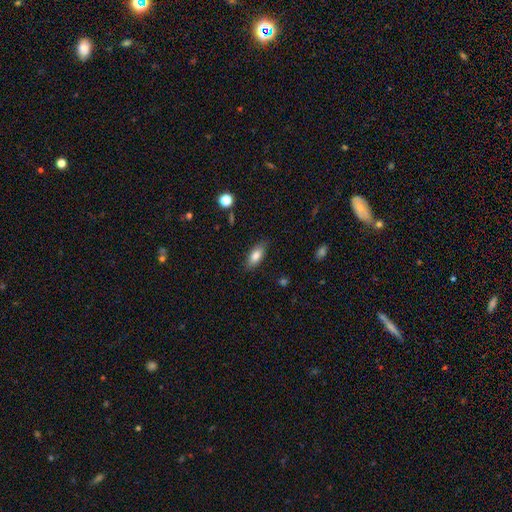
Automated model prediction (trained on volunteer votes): Morphology: type=smooth (82%); roundness=in between (84%); merging=none (84%).